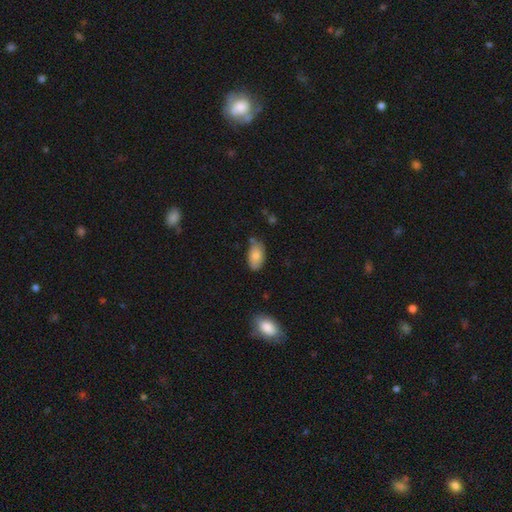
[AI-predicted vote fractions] smooth-or-featured: smooth: 82% | featured or disk: 11% | star or artifact: 7%
  how-rounded: in between: 94% | round: 4% | cigar-shaped: 2%
  merging: none: 70% | minor disturbance: 22% | merger: 4% | major disturbance: 4%